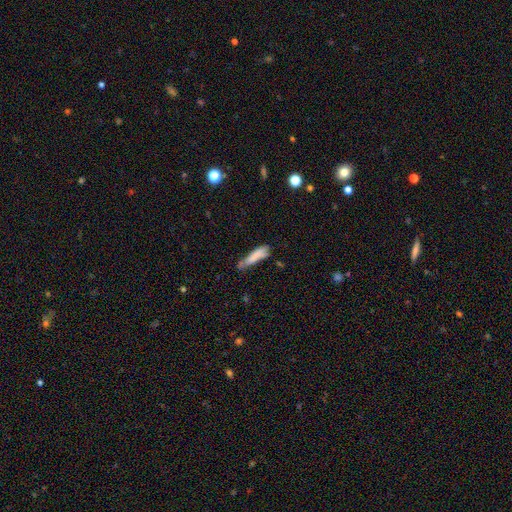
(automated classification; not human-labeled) A smooth galaxy with no disk features (78%) that is cigar-shaped (79%). Merging: none (48%).